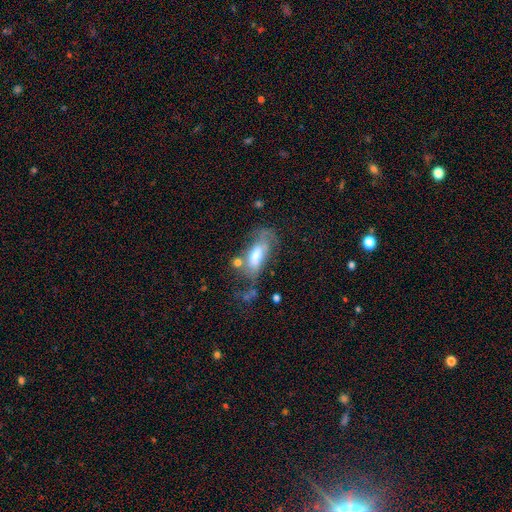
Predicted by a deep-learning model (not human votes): This appears to be a smooth galaxy with no disk features (53%) that is in between round and cigar-shaped (78%). Merging: none (33%).